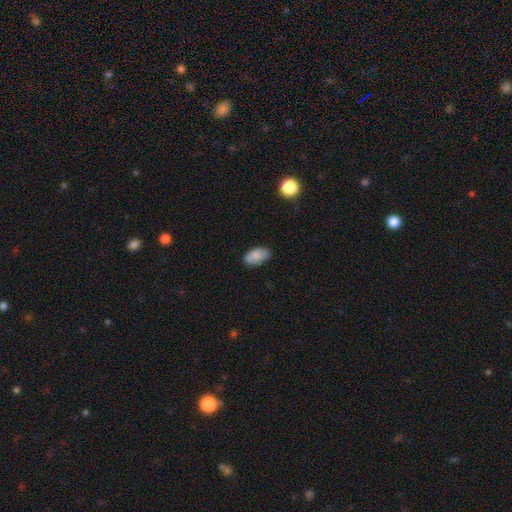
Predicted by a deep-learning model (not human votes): Smooth or featured: smooth — 83% (featured or disk — 10%)
How rounded: in between — 93% (round — 5%)
Merging: none — 76% (minor disturbance — 19%)